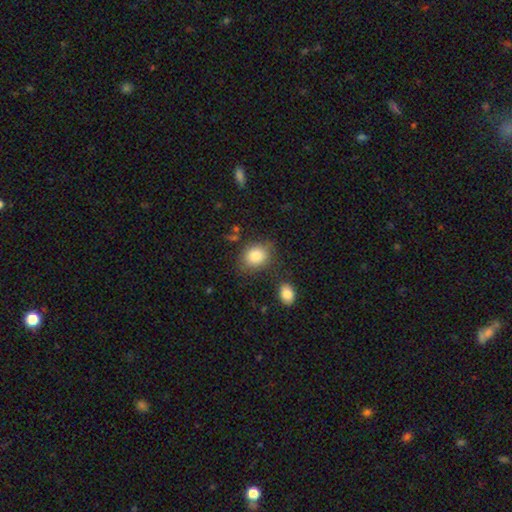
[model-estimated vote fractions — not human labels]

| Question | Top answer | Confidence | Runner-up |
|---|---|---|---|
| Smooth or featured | smooth | 84% | star or artifact (9%) |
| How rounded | round | 50% | in between (49%) |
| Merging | none | 73% | minor disturbance (17%) |